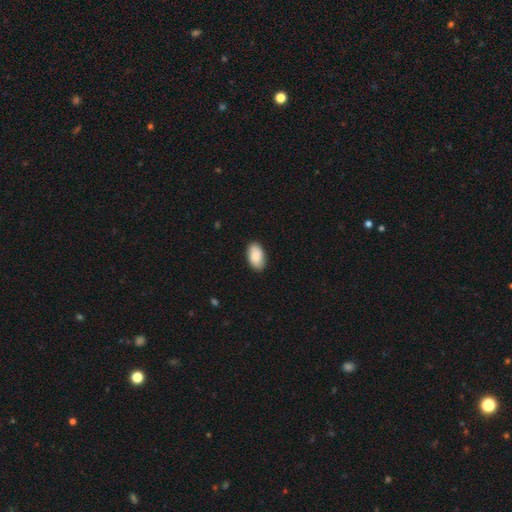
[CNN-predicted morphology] Smooth or featured?
  - smooth: 87% *
  - featured or disk: 7%
  - star or artifact: 6%
How rounded?
  - in between: 94% *
  - round: 4%
  - cigar-shaped: 2%
Merging?
  - none: 86% *
  - minor disturbance: 11%
  - major disturbance: 2%
  - merger: 1%